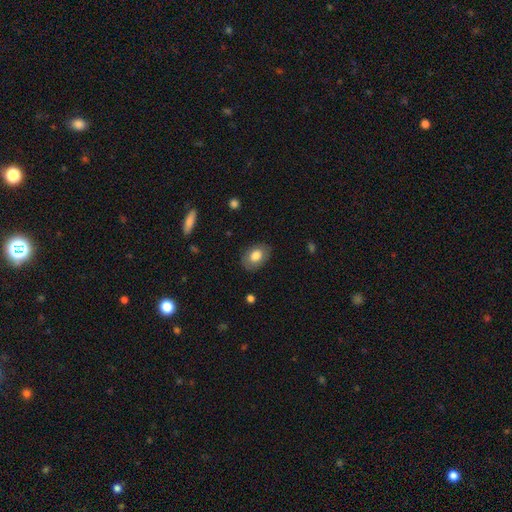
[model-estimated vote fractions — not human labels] Morphology: type=smooth (79%); roundness=in between (80%); merging=none (83%).